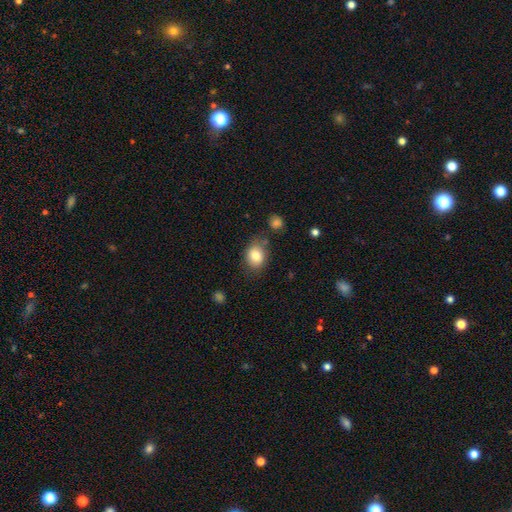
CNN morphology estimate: Overall: smooth (81%). How rounded: in between (51%; round 48%). Merging: none (72%).